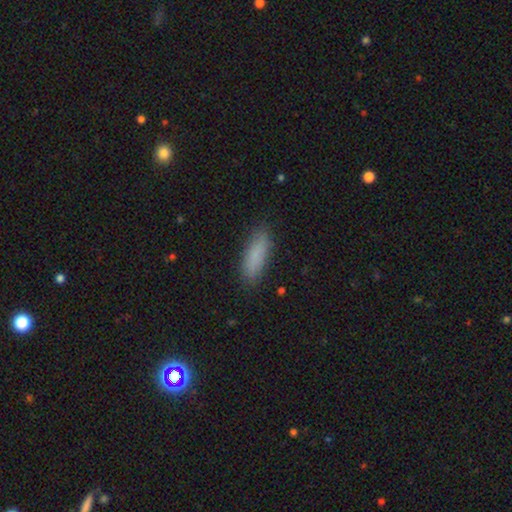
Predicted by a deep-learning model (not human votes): smooth_or_featured: smooth (p=0.85) [alt: featured or disk p=0.08]
how_rounded: in between (p=0.51) [alt: cigar-shaped p=0.48]
merging: none (p=0.86) [alt: minor disturbance p=0.11]